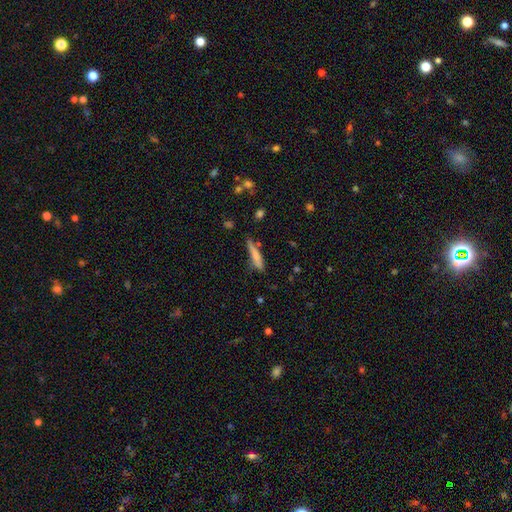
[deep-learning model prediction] Overall: smooth (72%). How rounded: cigar-shaped (89%). Merging: none (72%).